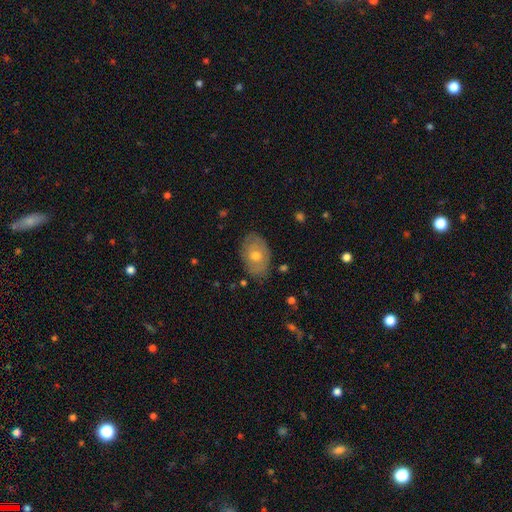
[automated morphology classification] smooth_or_featured: smooth (p=0.50) [alt: featured or disk p=0.42]
merging: none (p=0.80) [alt: minor disturbance p=0.15]